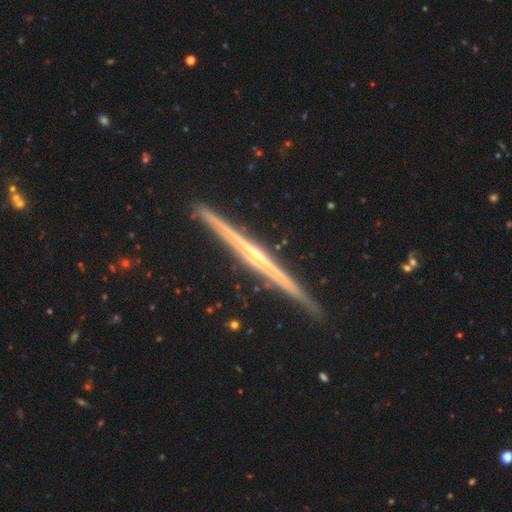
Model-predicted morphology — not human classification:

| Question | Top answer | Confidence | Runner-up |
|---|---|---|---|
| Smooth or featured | featured or disk | 85% | smooth (10%) |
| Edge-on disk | yes | 98% | no (2%) |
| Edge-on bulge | rounded | 52% | none (42%) |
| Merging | none | 91% | minor disturbance (7%) |